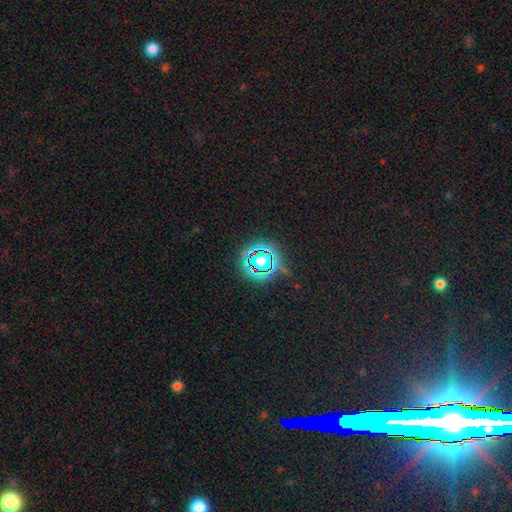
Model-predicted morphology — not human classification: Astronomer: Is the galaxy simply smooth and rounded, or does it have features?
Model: star or artifact — 67%.